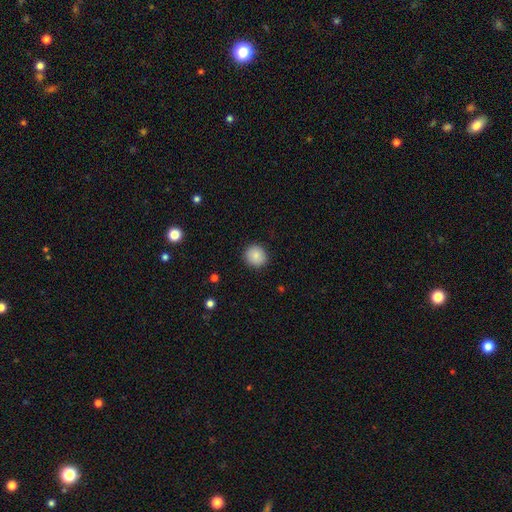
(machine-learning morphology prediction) Smooth or featured?
  - smooth: 87% *
  - star or artifact: 8%
  - featured or disk: 5%
How rounded?
  - round: 87% *
  - in between: 12%
  - cigar-shaped: 1%
Merging?
  - none: 90% *
  - minor disturbance: 7%
  - major disturbance: 2%
  - merger: 1%